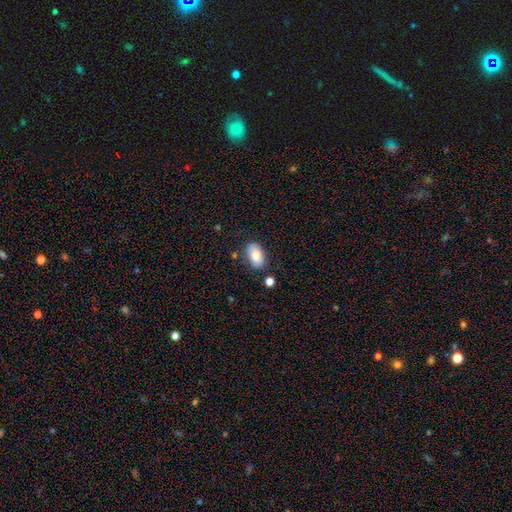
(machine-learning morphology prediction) smooth 83%, featured or disk 10%, star or artifact 7%. Down the decision tree: how rounded — in between (91%); merging — none (77%).